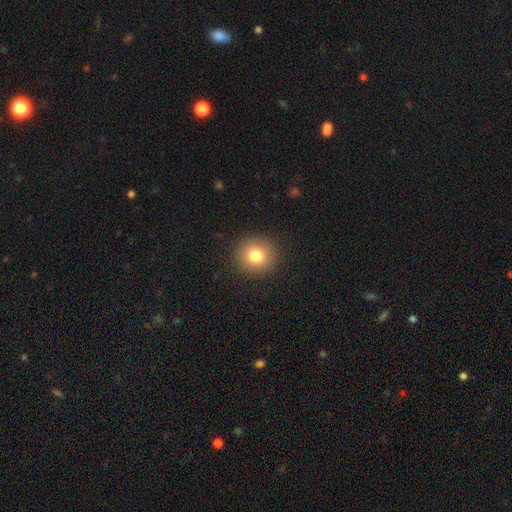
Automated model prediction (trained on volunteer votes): Overall: smooth (80%). How rounded: round (92%). Merging: none (91%).